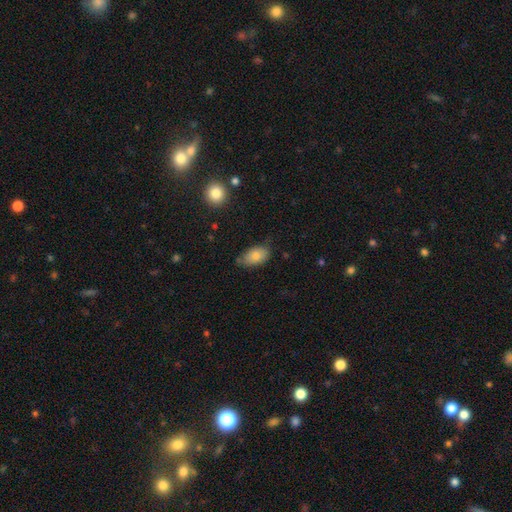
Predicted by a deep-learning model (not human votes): Smooth or featured: smooth — 78% (featured or disk — 14%)
How rounded: in between — 92% (round — 6%)
Merging: none — 65% (minor disturbance — 28%)